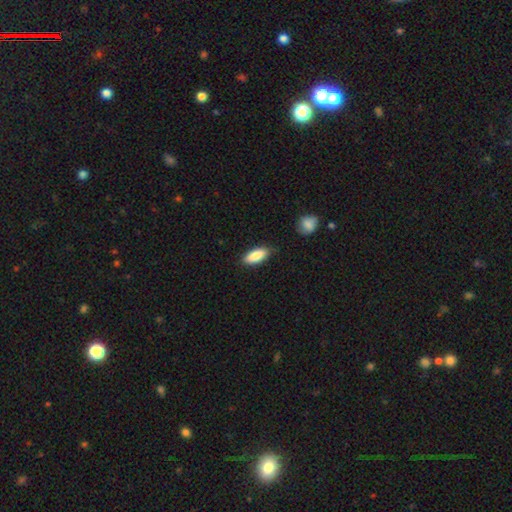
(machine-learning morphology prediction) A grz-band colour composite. It shows a smooth galaxy with no disk features (86%) that is in between round and cigar-shaped (81%). Merging: none (81%).